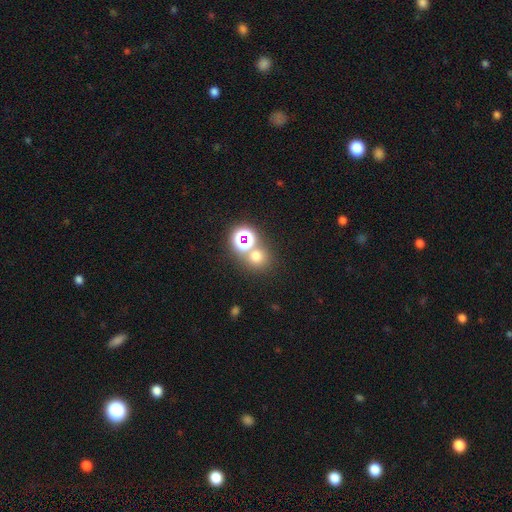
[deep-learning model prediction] Smooth or featured? Predicted: smooth (p=0.60). How rounded? Predicted: round (p=0.87). Merging? Predicted: none (p=0.66).